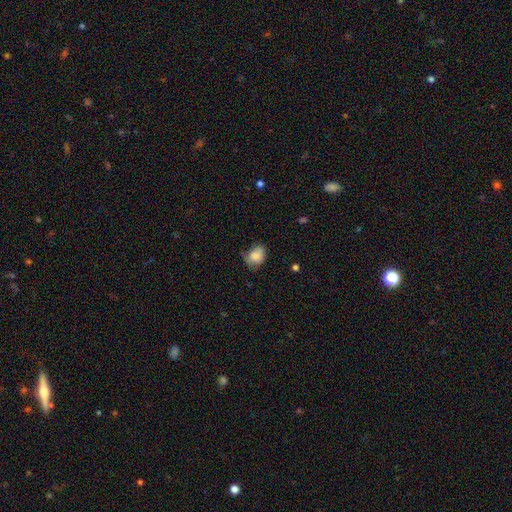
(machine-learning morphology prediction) type=smooth (82%); roundness=in between (58%); merging=none (55%).